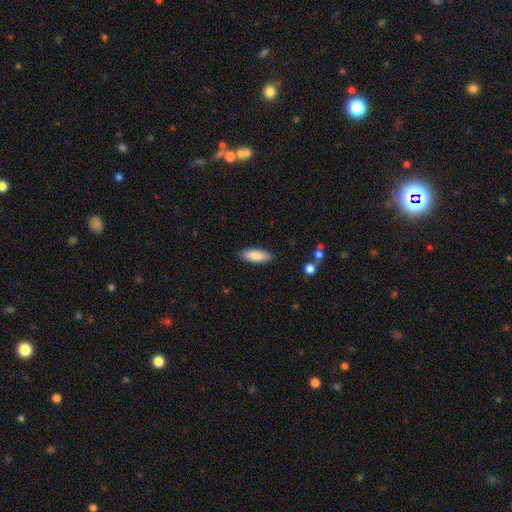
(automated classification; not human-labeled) This appears to be a smooth galaxy with no disk features (85%) that is in between round and cigar-shaped (66%). Merging: none (87%).